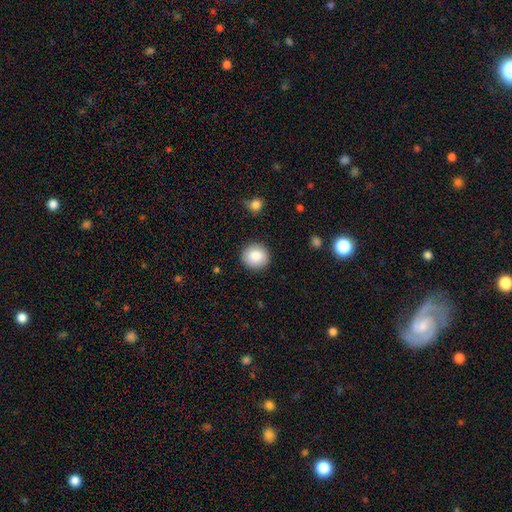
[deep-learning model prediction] Q: Smooth or featured?
A: smooth (86%); runner-up: star or artifact (8%)
Q: How rounded?
A: round (91%); runner-up: in between (8%)
Q: Merging?
A: none (91%); runner-up: minor disturbance (6%)